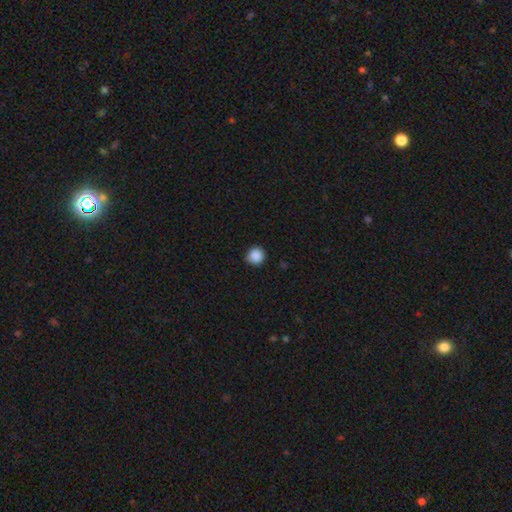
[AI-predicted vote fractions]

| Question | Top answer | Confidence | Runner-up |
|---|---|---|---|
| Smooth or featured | smooth | 88% | star or artifact (9%) |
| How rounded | round | 93% | in between (7%) |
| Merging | none | 89% | minor disturbance (8%) |